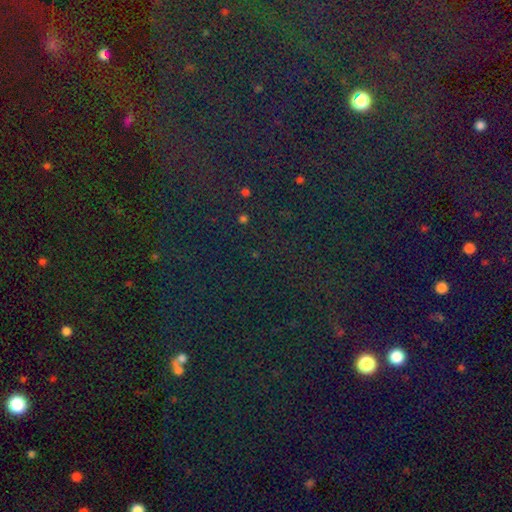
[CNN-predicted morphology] smooth-or-featured: star or artifact: 79% | smooth: 13% | featured or disk: 8%